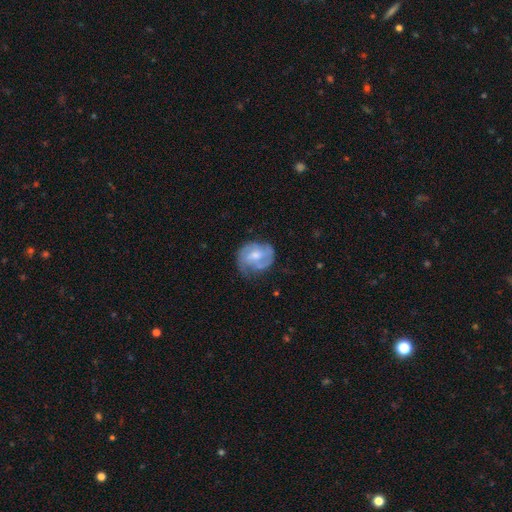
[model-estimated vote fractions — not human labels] This appears to be a featured or disk galaxy (68%) with a weak bar (47%), 2 (46%) medium (44%) spiral arms (84%) and a moderate central bulge (54%). Merging: none (56%).